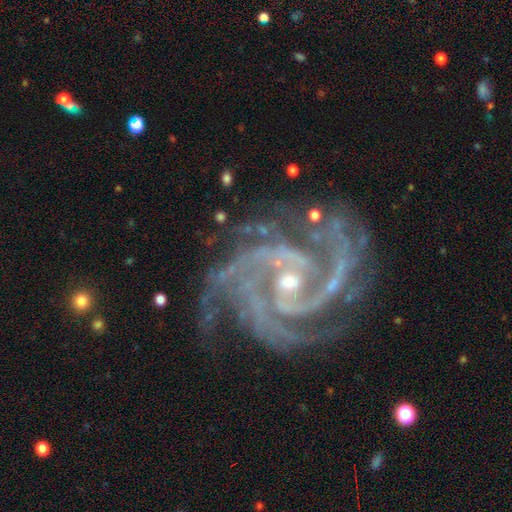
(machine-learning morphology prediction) This is clearly a featured or disk galaxy (94%). It is clearly not viewed edge-on (98%). Bar: possibly no (52%). Spiral arm pattern: clearly yes (99%). Spiral arm count: marginally 3 (32%). Spiral winding: likely tight (64%). Central bulge: likely small (61%). Merging: likely none (72%).